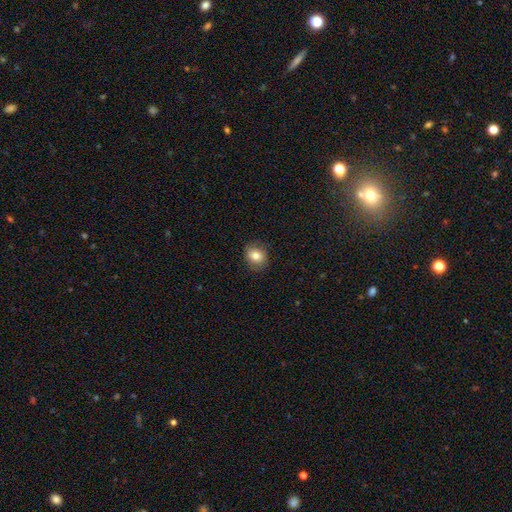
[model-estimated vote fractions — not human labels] smooth_or_featured: smooth (p=0.79) [alt: featured or disk p=0.12]
how_rounded: round (p=0.63) [alt: in between p=0.36]
merging: none (p=0.84) [alt: minor disturbance p=0.12]